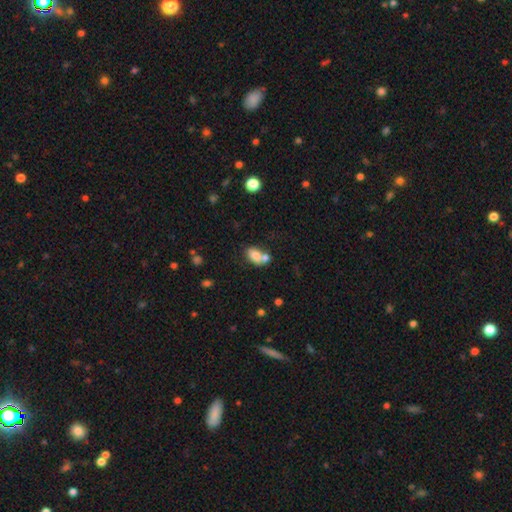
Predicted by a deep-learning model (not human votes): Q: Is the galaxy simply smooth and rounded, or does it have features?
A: smooth — 75%.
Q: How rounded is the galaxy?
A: in between — 80%.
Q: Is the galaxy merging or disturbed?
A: merger — 50%.